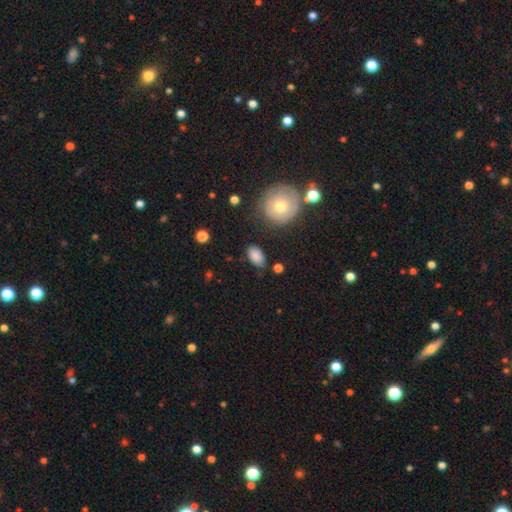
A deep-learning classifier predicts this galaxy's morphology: Smooth or featured? Predicted: smooth (p=0.85). How rounded? Predicted: in between (p=0.89). Merging? Predicted: none (p=0.77).